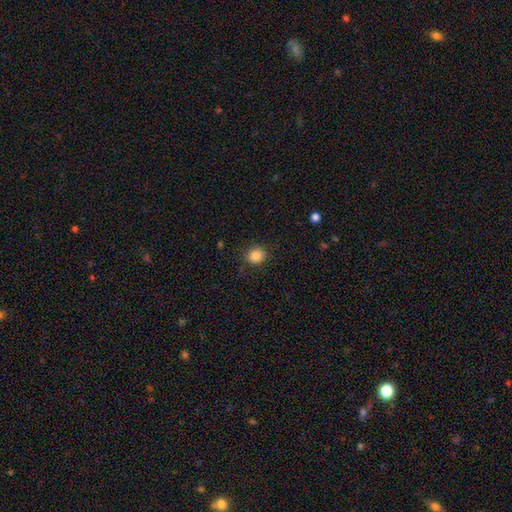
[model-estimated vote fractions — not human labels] A smooth galaxy with no disk features (85%) that is round (85%).

Vote fractions:
- Smooth or featured? smooth: 85% / star or artifact: 10% / featured or disk: 4%
- How rounded? round: 85% / in between: 14% / cigar-shaped: 1%
- Merging? none: 86% / minor disturbance: 10% / major disturbance: 3% / merger: 1%